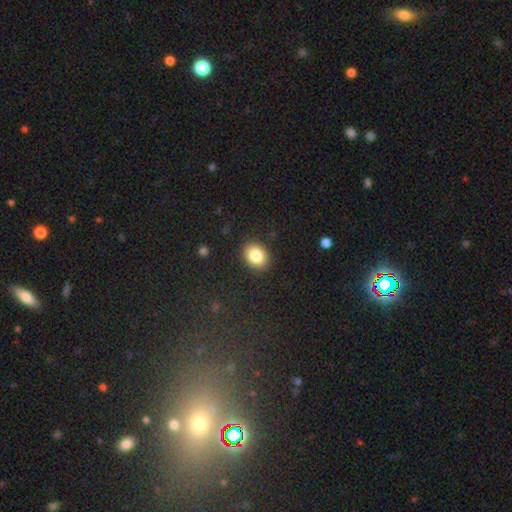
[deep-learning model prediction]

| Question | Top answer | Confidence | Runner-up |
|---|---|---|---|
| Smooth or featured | smooth | 84% | star or artifact (9%) |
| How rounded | in between | 56% | round (43%) |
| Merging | none | 89% | minor disturbance (8%) |